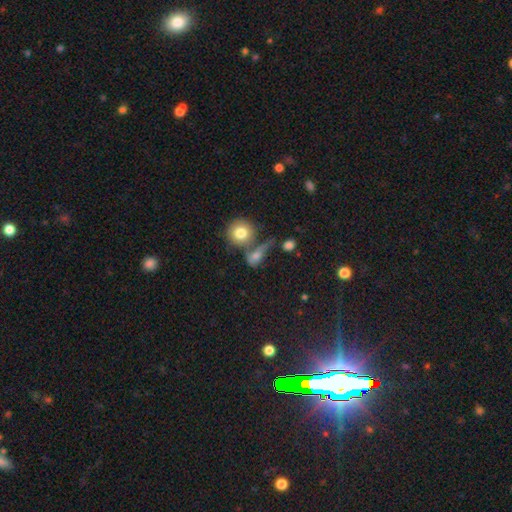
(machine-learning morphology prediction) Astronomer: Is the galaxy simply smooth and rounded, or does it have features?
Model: smooth — 65%.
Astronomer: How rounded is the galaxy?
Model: in between — 49% (runner-up: round, 41%).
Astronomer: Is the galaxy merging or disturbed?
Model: none — 38% (runner-up: merger, 32%).